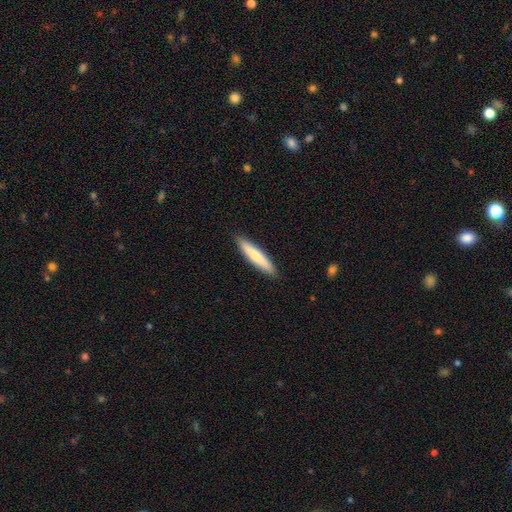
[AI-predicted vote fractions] Q: Smooth or featured?
A: smooth (75%); runner-up: featured or disk (20%)
Q: How rounded?
A: cigar-shaped (88%); runner-up: in between (11%)
Q: Merging?
A: none (90%); runner-up: minor disturbance (7%)